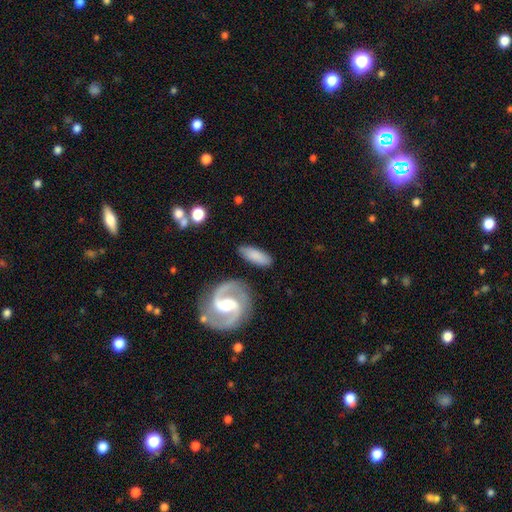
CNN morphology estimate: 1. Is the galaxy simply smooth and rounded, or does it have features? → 66% smooth, 28% featured or disk, 6% star or artifact.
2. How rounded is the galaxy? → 65% in between, 31% cigar-shaped, 3% round.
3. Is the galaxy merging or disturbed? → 80% none, 12% minor disturbance, 4% merger, 4% major disturbance.